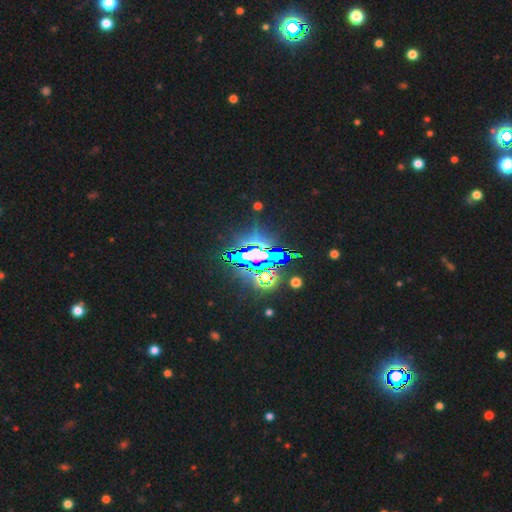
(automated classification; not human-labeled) This appears to be a star or artifact, not a galaxy (82%).